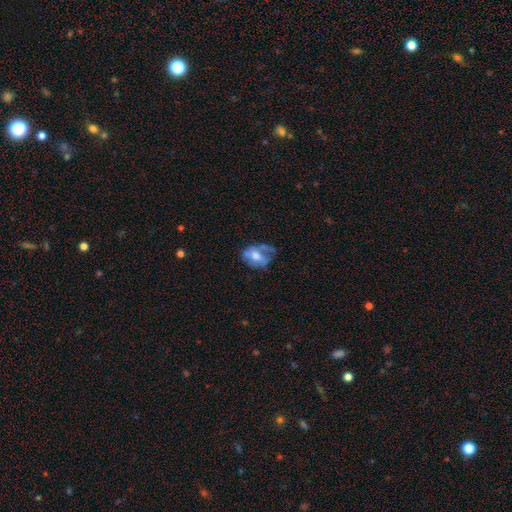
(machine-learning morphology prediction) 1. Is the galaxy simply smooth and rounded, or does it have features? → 46% featured or disk, 45% smooth, 9% star or artifact.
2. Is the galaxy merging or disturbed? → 36% none, 29% major disturbance, 28% minor disturbance, 7% merger.